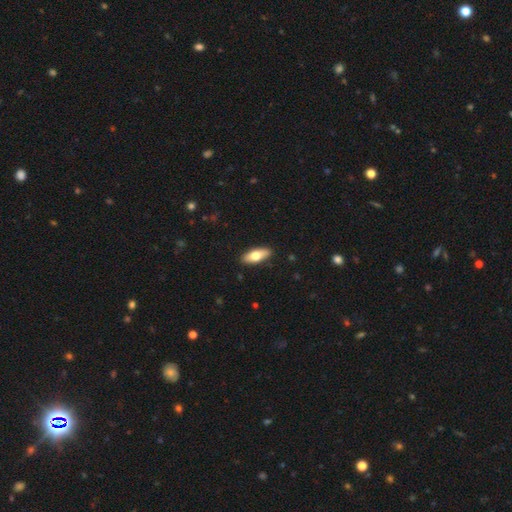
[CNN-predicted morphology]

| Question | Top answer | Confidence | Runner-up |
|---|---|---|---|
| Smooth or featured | smooth | 68% | featured or disk (26%) |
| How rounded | in between | 73% | cigar-shaped (24%) |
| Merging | none | 90% | minor disturbance (7%) |